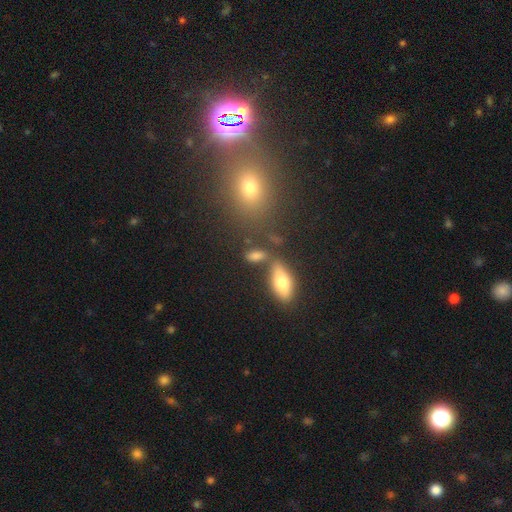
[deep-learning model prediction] Smooth or featured: smooth — 73% (featured or disk — 14%)
How rounded: in between — 73% (cigar-shaped — 17%)
Merging: none — 58% (merger — 21%)